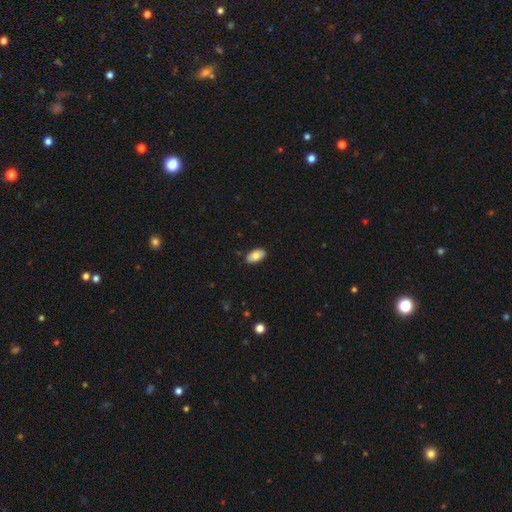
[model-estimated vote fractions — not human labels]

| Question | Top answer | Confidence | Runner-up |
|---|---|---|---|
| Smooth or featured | smooth | 80% | featured or disk (13%) |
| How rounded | in between | 94% | round (4%) |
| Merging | none | 87% | minor disturbance (10%) |